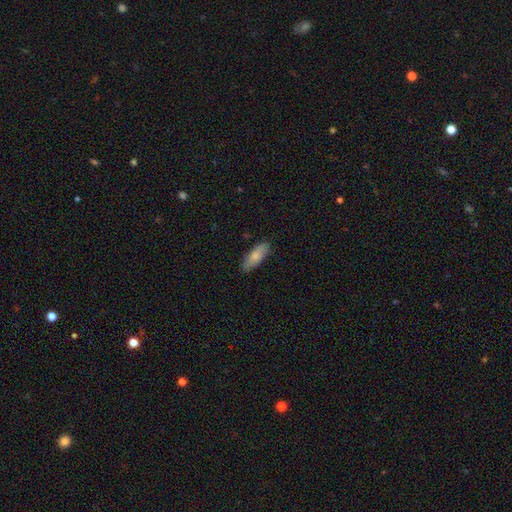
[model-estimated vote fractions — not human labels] Smooth or featured? smooth (77%)
How rounded? in between (72%)
Merging? none (83%)